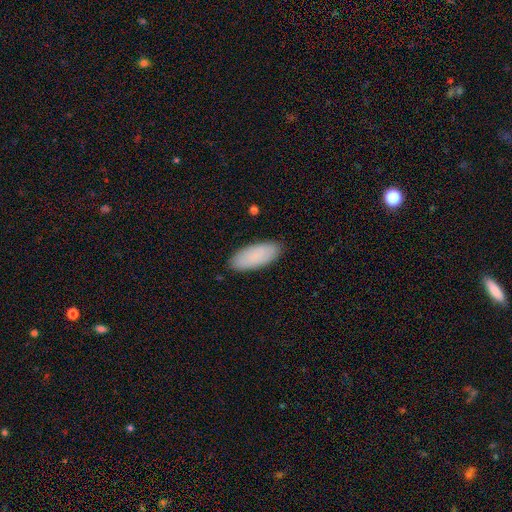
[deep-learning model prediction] Morphology: type=smooth (87%); roundness=in between (81%); merging=none (88%).